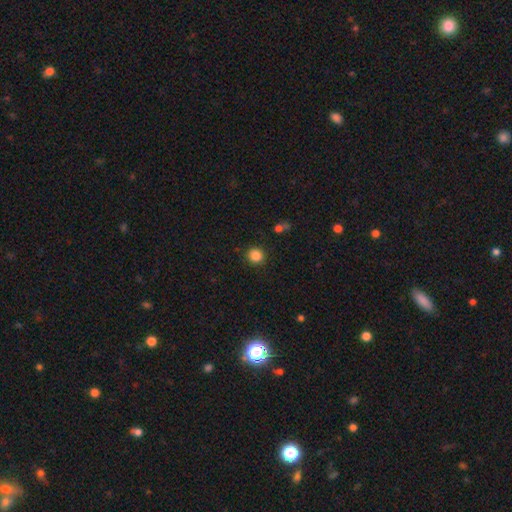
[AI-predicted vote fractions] A smooth galaxy with no disk features (85%) that is round (92%). Merging: none (90%).